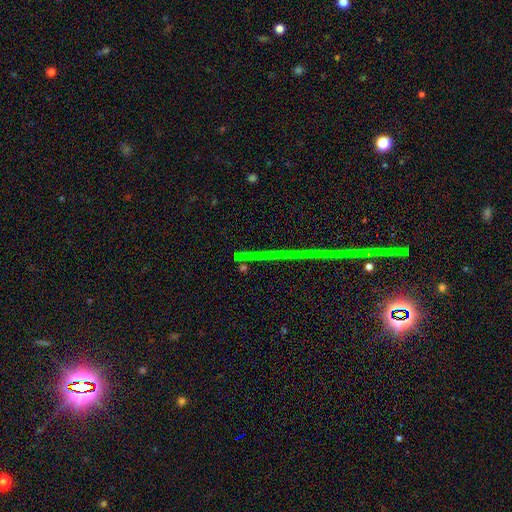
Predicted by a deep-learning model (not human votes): smooth-or-featured: star or artifact: 81% | featured or disk: 11% | smooth: 8%